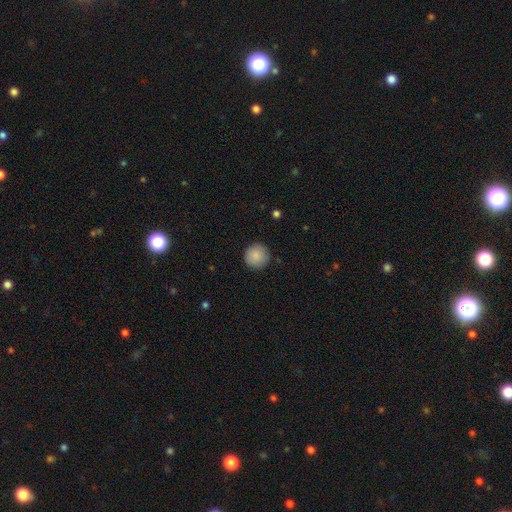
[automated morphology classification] smooth 88%, star or artifact 7%, featured or disk 5%. Down the decision tree: how rounded — round (95%); merging — none (90%).